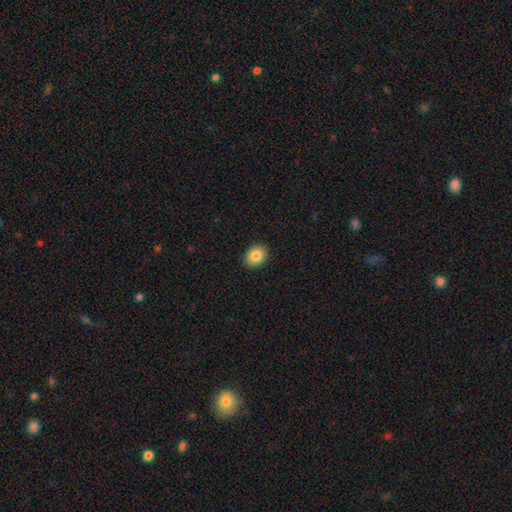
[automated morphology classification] Smooth or featured? smooth (85%)
How rounded? in between (65%)
Merging? none (90%)